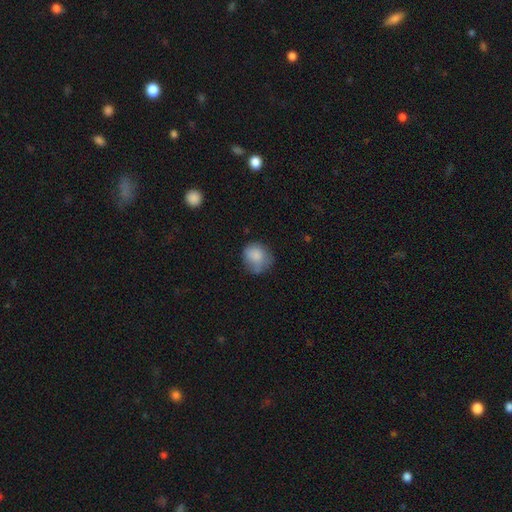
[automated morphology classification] Smooth or featured? Predicted: smooth (p=0.82). How rounded? Predicted: round (p=0.74). Merging? Predicted: none (p=0.55).